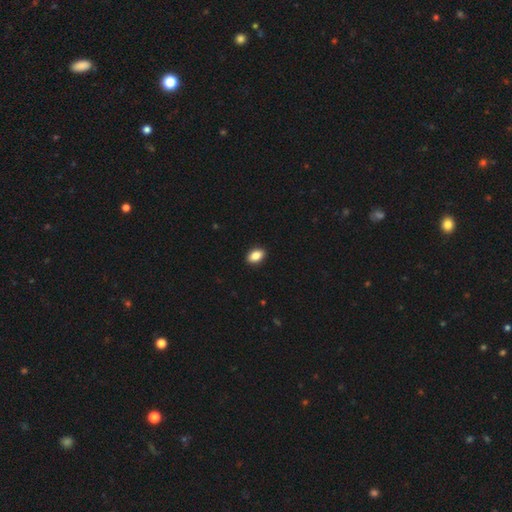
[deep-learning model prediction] Smooth or featured: smooth — 87% (star or artifact — 8%)
How rounded: in between — 90% (round — 8%)
Merging: none — 91% (minor disturbance — 6%)